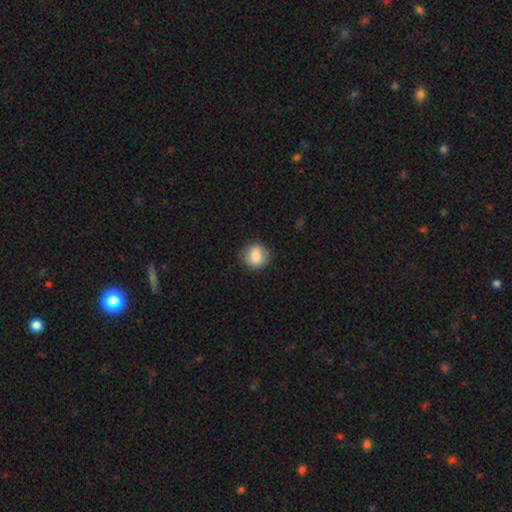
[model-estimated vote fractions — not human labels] smooth 82%, featured or disk 10%, star or artifact 8%. Down the decision tree: how rounded — round (86%); merging — none (86%).